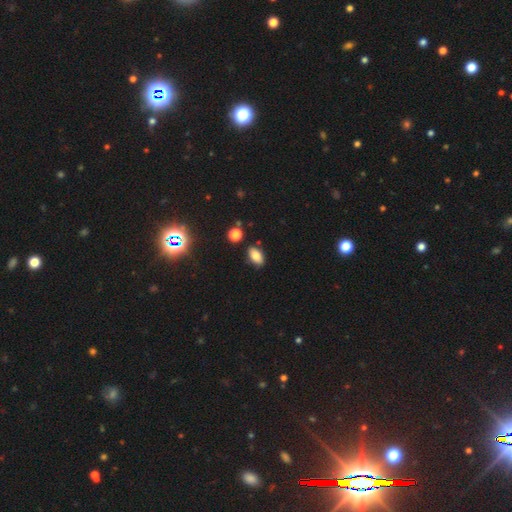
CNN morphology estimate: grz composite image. It shows a smooth galaxy with no disk features (79%) that is in between round and cigar-shaped (89%). Merging: none (82%).